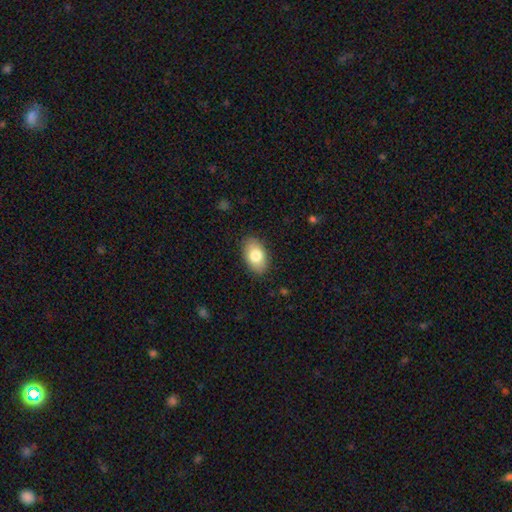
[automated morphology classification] Overall: smooth (79%). How rounded: in between (91%). Merging: none (87%).